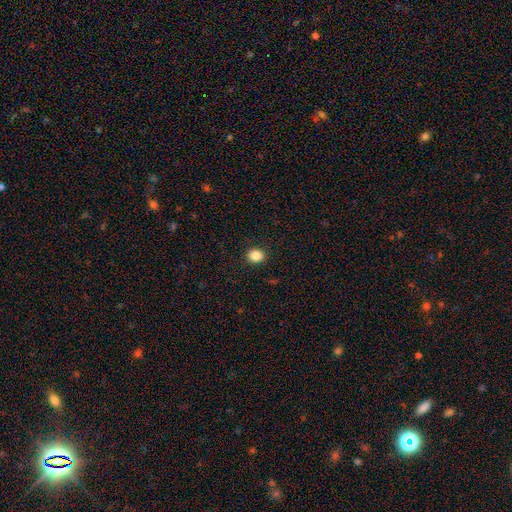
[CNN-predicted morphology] This is clearly a smooth galaxy (86%). How rounded: likely round (70%). Merging: clearly none (91%).